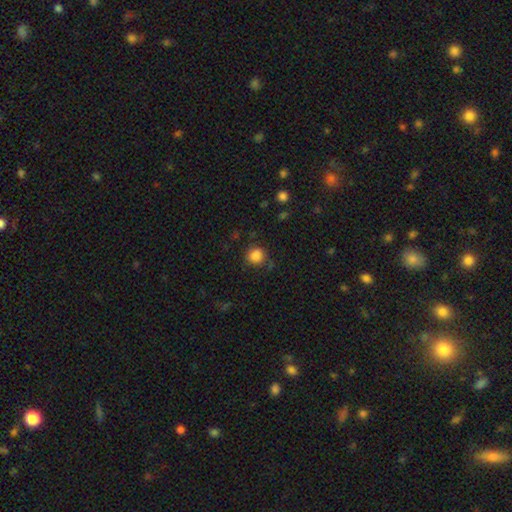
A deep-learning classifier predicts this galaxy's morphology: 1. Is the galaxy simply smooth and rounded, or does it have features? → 85% smooth, 10% star or artifact, 4% featured or disk.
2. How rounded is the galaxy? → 80% round, 19% in between, 1% cigar-shaped.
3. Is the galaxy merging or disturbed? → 72% none, 19% minor disturbance, 7% major disturbance, 2% merger.